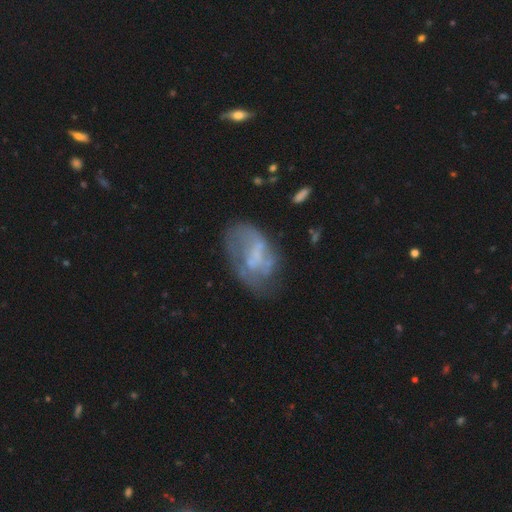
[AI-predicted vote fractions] Morphology: type=featured or disk (60%); edge-on=no (97%); bar=no (59%); spiral arms=no (54%); bulge=none (54%); merging=none (41%).